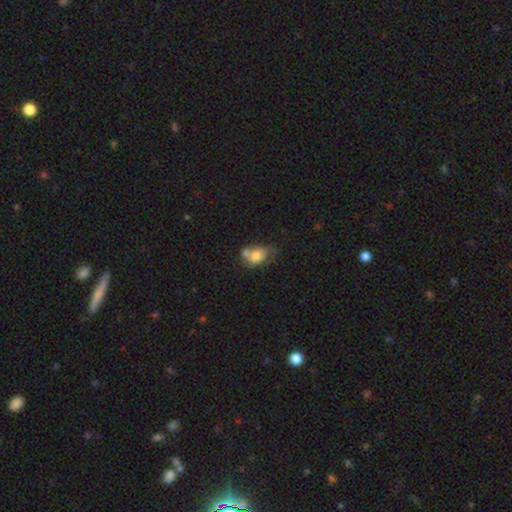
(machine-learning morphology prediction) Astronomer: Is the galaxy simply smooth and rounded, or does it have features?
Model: smooth — 70%.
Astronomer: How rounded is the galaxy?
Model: in between — 71%.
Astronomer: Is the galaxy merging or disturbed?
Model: merger — 42% (runner-up: none, 29%).